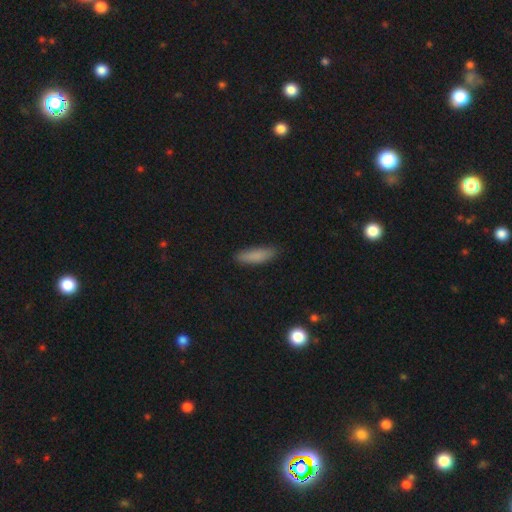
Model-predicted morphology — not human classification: smooth-or-featured: smooth: 85% | featured or disk: 8% | star or artifact: 7%
  how-rounded: cigar-shaped: 61% | in between: 37% | round: 2%
  merging: none: 85% | minor disturbance: 12% | major disturbance: 2% | merger: 1%